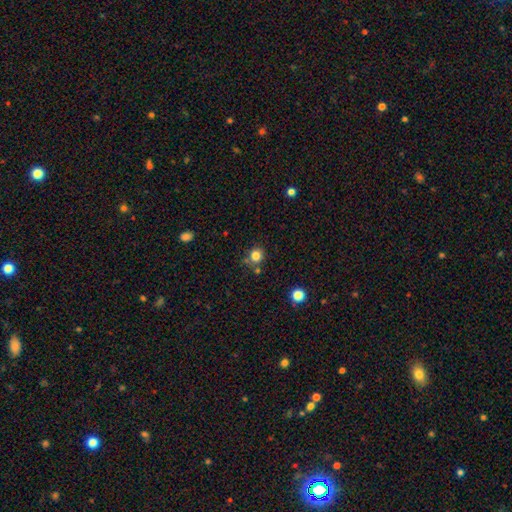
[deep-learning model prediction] smooth_or_featured: smooth (p=0.81) [alt: star or artifact p=0.13]
how_rounded: round (p=0.86) [alt: in between p=0.13]
merging: none (p=0.75) [alt: minor disturbance p=0.13]